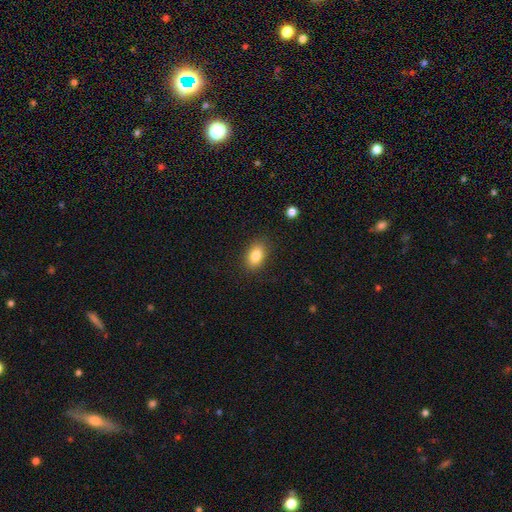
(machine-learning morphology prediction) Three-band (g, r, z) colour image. It shows a smooth galaxy with no disk features (84%) that is in between round and cigar-shaped (87%). Merging: none (86%).